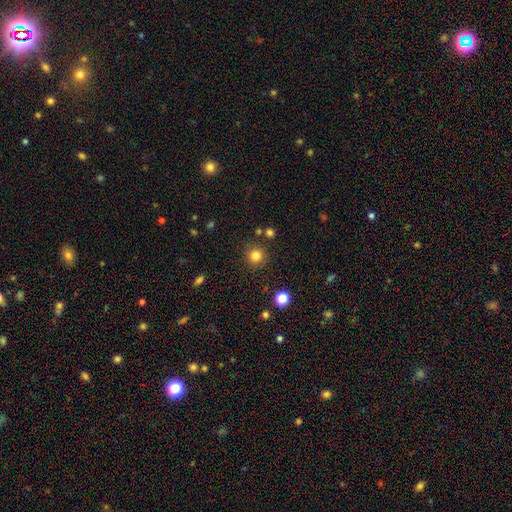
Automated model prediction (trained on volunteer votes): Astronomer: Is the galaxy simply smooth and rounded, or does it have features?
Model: smooth — 82%.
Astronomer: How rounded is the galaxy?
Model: round — 95%.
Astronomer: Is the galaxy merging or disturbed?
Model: none — 88%.